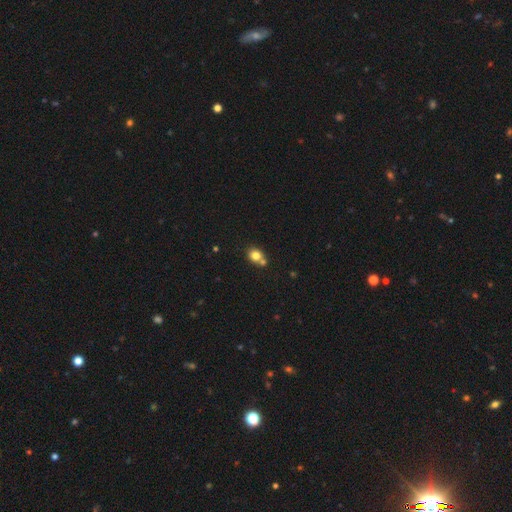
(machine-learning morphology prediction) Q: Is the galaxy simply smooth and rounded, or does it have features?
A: smooth — 79%.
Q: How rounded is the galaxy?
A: round — 71%.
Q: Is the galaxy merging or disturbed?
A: none — 55%.